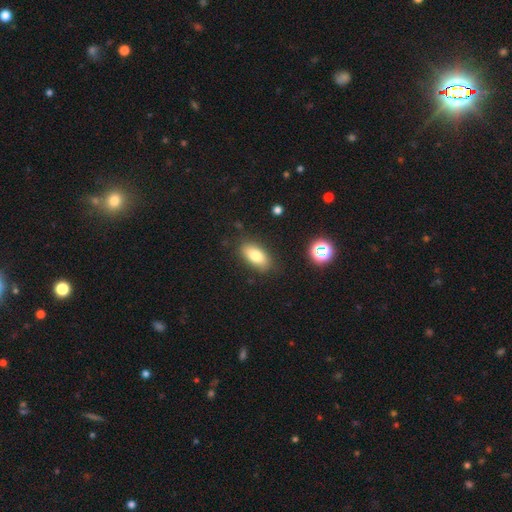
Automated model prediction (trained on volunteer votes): A smooth galaxy with no disk features (78%) that is in between round and cigar-shaped (88%). Merging: none (84%).